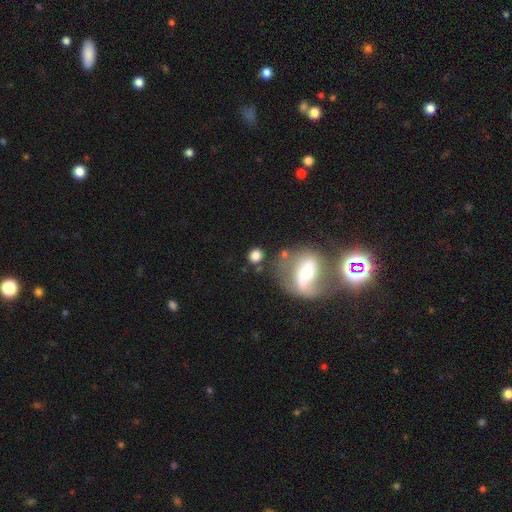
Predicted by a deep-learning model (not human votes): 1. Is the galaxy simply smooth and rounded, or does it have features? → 74% smooth, 15% featured or disk, 11% star or artifact.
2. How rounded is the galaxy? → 77% round, 21% in between, 2% cigar-shaped.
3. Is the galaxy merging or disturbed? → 66% none, 14% minor disturbance, 11% merger, 9% major disturbance.